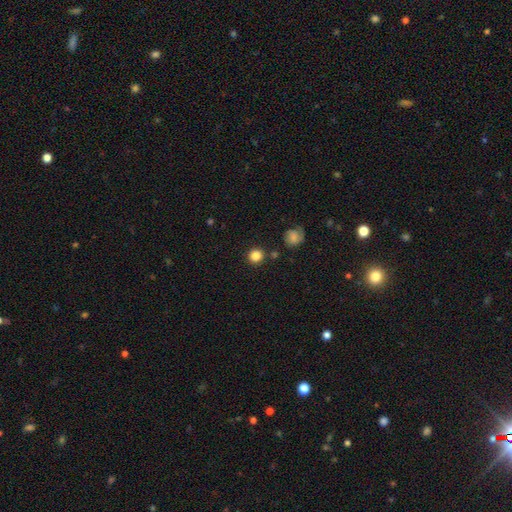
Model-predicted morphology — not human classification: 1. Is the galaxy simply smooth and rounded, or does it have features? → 84% smooth, 10% star or artifact, 6% featured or disk.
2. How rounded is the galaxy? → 91% round, 8% in between, 1% cigar-shaped.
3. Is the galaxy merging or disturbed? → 84% none, 8% minor disturbance, 5% merger, 3% major disturbance.